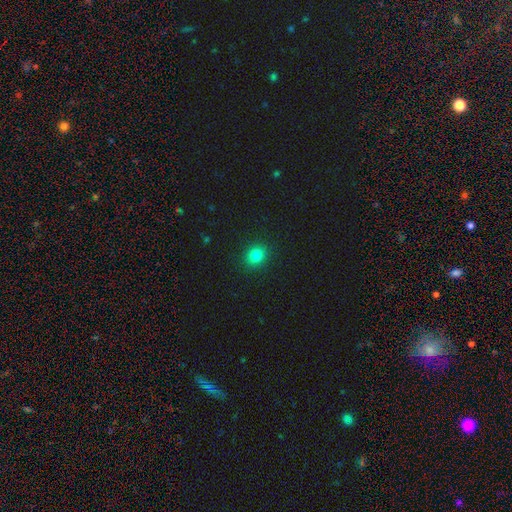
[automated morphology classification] Smooth or featured: smooth — 82% (star or artifact — 13%)
How rounded: round — 70% (in between — 29%)
Merging: none — 91% (minor disturbance — 6%)